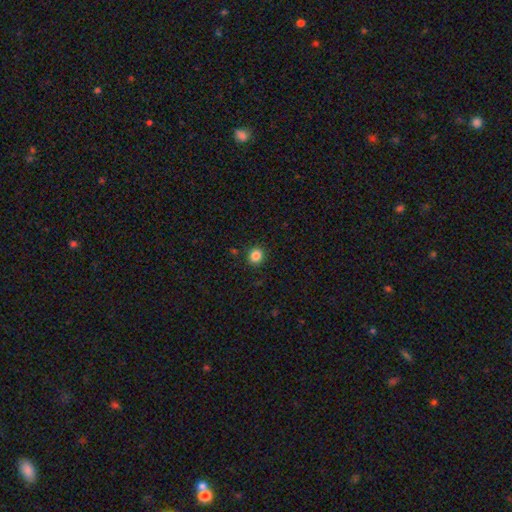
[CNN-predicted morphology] Smooth or featured? Predicted: smooth (p=0.84). How rounded? Predicted: round (p=0.88). Merging? Predicted: none (p=0.91).